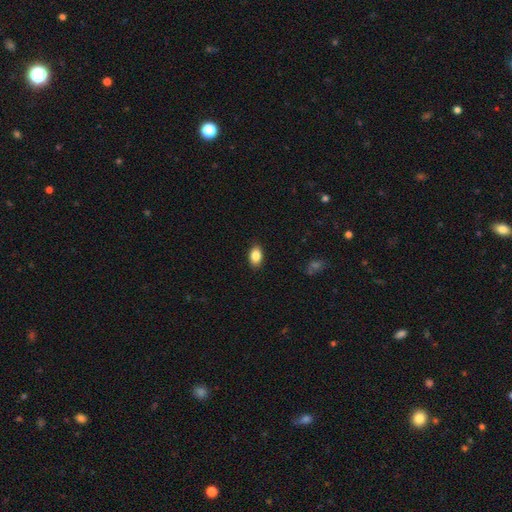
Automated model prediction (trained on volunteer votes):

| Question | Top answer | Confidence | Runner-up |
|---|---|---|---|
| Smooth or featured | smooth | 87% | star or artifact (8%) |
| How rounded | in between | 89% | round (9%) |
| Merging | none | 88% | minor disturbance (9%) |